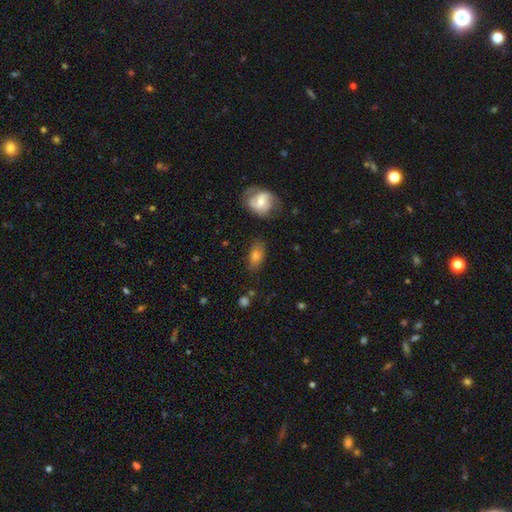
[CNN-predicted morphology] Smooth or featured: smooth — 74% (featured or disk — 18%)
How rounded: in between — 87% (round — 7%)
Merging: none — 74% (minor disturbance — 18%)